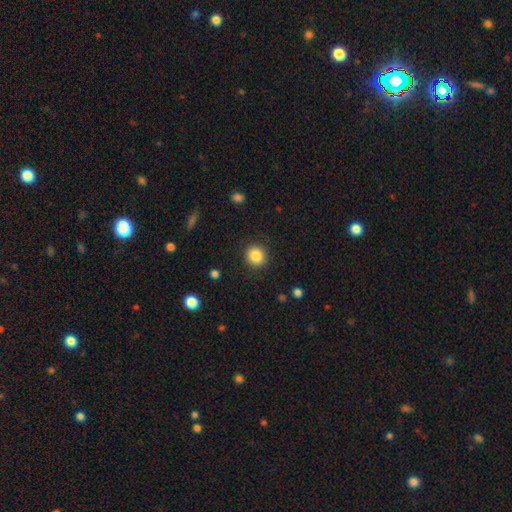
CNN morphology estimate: The model was most divided on "smooth or featured": smooth: 86%, star or artifact: 10%, featured or disk: 4%. More confident: how rounded — round (91%); merging — none (90%).